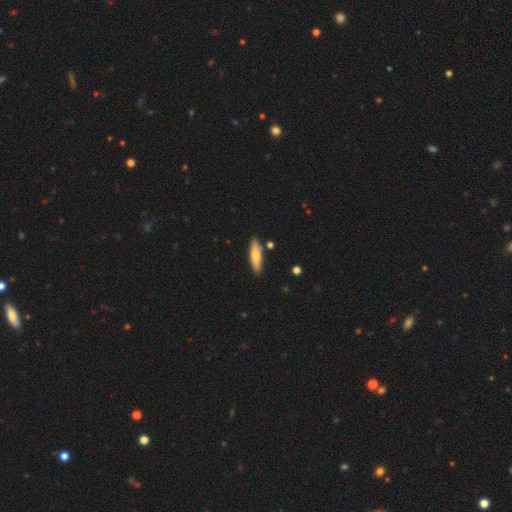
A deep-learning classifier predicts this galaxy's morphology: Smooth or featured: smooth — 70% (featured or disk — 24%)
How rounded: cigar-shaped — 67% (in between — 32%)
Merging: none — 85% (minor disturbance — 10%)